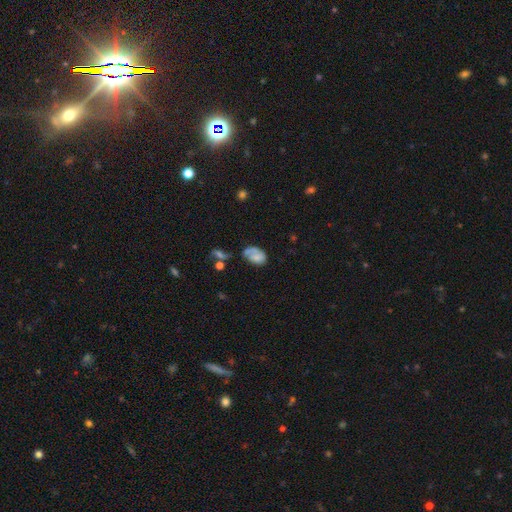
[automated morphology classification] A smooth galaxy with no disk features (56%) that is in between round and cigar-shaped (85%).

Vote fractions:
- Smooth or featured? smooth: 56% / featured or disk: 34% / star or artifact: 10%
- How rounded? in between: 85% / round: 13% / cigar-shaped: 2%
- Merging? none: 30% / major disturbance: 28% / minor disturbance: 25% / merger: 17%